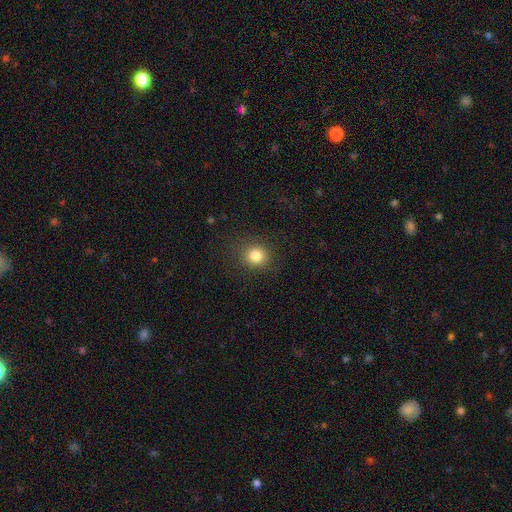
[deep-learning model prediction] Smooth or featured? smooth (82%)
How rounded? round (87%)
Merging? none (88%)